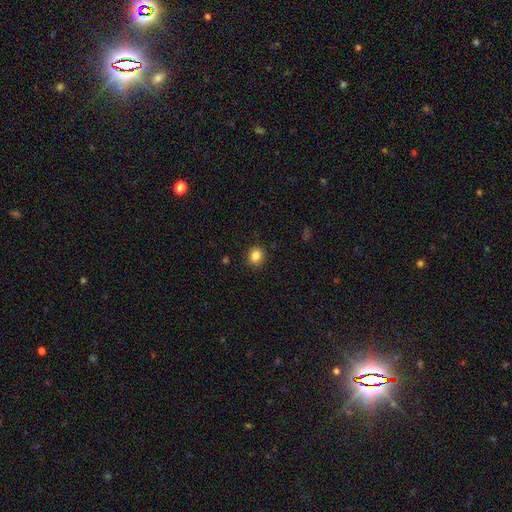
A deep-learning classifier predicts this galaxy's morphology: A smooth galaxy with no disk features (85%) that is round (72%).

Vote fractions:
- Smooth or featured? smooth: 85% / star or artifact: 10% / featured or disk: 5%
- How rounded? round: 72% / in between: 27% / cigar-shaped: 1%
- Merging? none: 90% / minor disturbance: 7% / major disturbance: 2% / merger: 1%